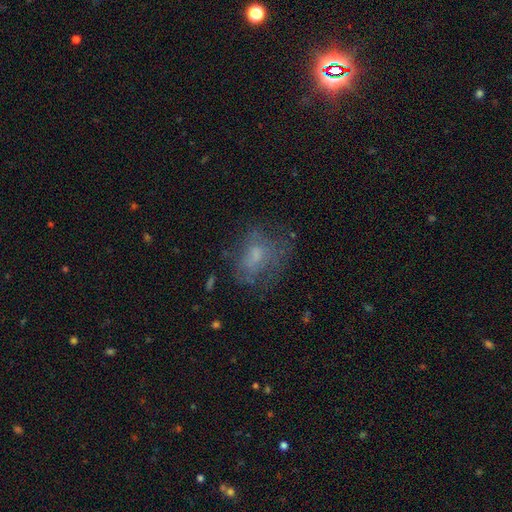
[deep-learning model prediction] smooth-or-featured: smooth: 48% | featured or disk: 37% | star or artifact: 15%
  merging: none: 52% | major disturbance: 24% | minor disturbance: 22% | merger: 2%